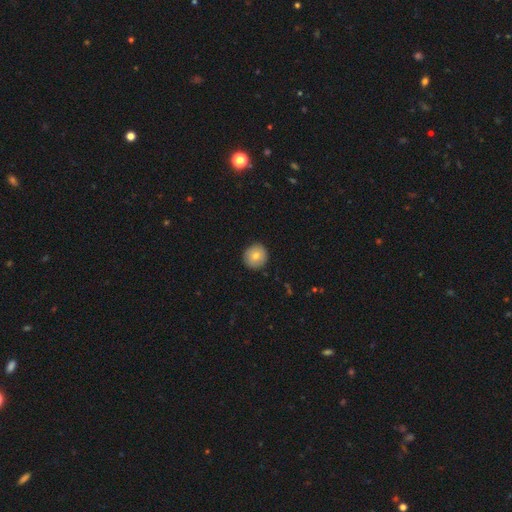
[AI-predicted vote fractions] Smooth or featured? smooth (77%)
How rounded? round (93%)
Merging? none (91%)